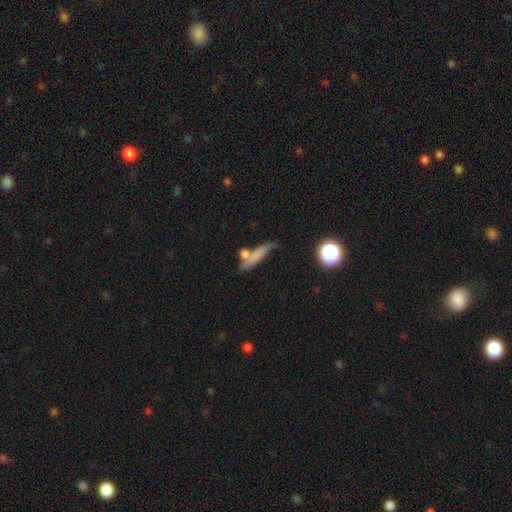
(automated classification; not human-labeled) This appears to be a smooth galaxy with no disk features (65%) that is cigar-shaped (68%). Merging: none (45%).